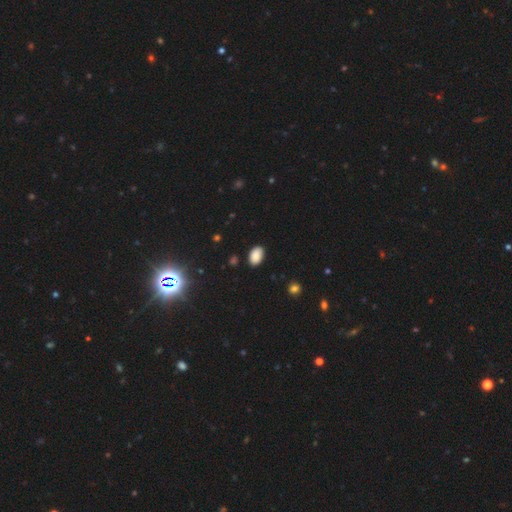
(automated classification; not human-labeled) smooth_or_featured: smooth (p=0.87) [alt: star or artifact p=0.09]
how_rounded: in between (p=0.91) [alt: round p=0.08]
merging: none (p=0.87) [alt: minor disturbance p=0.10]